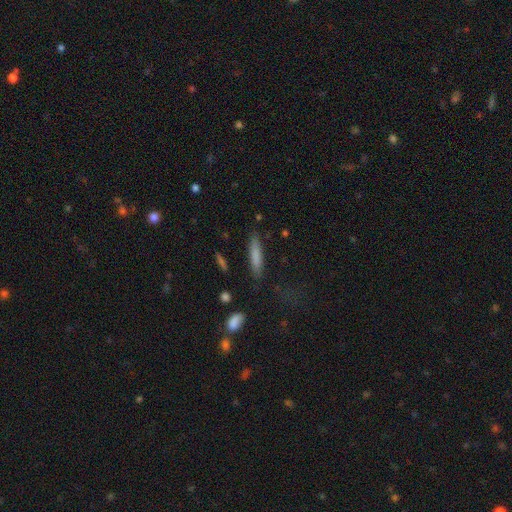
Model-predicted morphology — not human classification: Smooth or featured?
  - smooth: 77% *
  - featured or disk: 16%
  - star or artifact: 7%
How rounded?
  - cigar-shaped: 84% *
  - in between: 14%
  - round: 2%
Merging?
  - none: 81% *
  - minor disturbance: 13%
  - major disturbance: 4%
  - merger: 2%